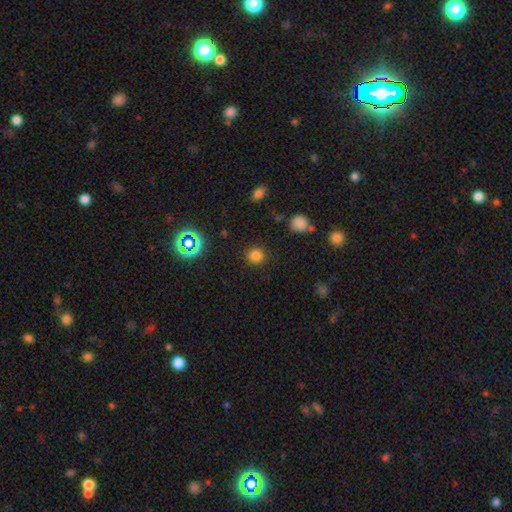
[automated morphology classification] Q: Smooth or featured?
A: smooth (78%); runner-up: star or artifact (17%)
Q: How rounded?
A: round (92%); runner-up: in between (7%)
Q: Merging?
A: none (90%); runner-up: minor disturbance (6%)